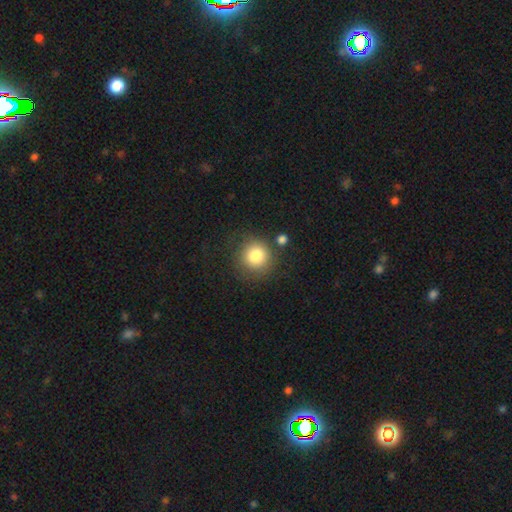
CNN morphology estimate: smooth-or-featured: smooth: 81% | star or artifact: 10% | featured or disk: 9%
  how-rounded: round: 92% | in between: 7% | cigar-shaped: 1%
  merging: none: 77% | minor disturbance: 11% | merger: 7% | major disturbance: 5%